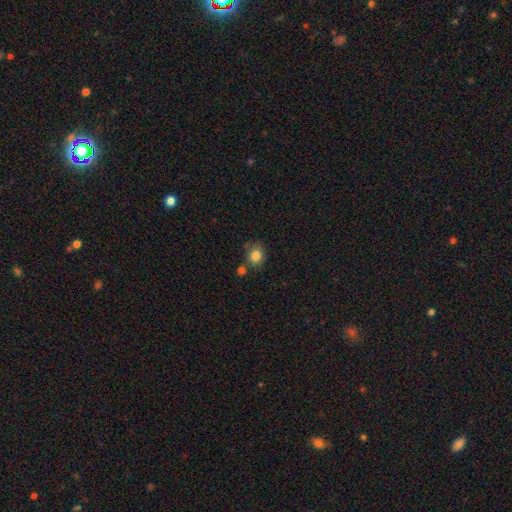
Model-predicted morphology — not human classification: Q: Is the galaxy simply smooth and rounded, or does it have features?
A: smooth — 82%.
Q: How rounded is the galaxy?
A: round — 68%.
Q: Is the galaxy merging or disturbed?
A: none — 67%.